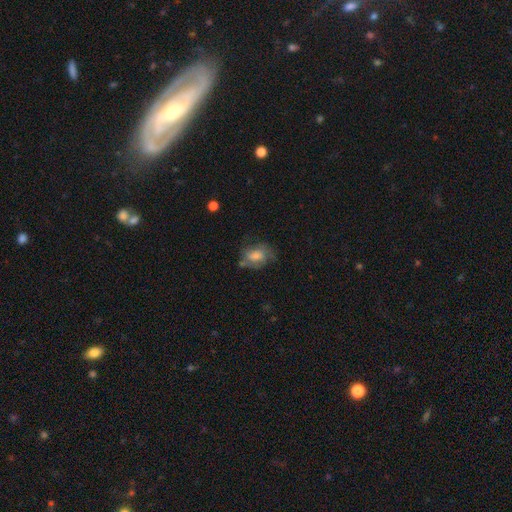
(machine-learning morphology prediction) The model was most divided on "bar": no: 54%, weak: 38%, strong: 8%. Remaining: edge-on disk — no (96%); spiral arms — yes (80%); merging — none (60%); smooth or featured — featured or disk (54%); bulge size — moderate (50%).